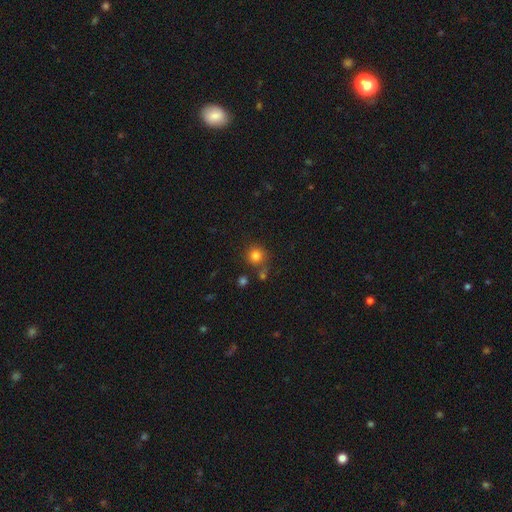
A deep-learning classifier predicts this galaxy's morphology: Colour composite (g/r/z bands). It shows a smooth galaxy with no disk features (82%) that is round (92%). Merging: none (73%).